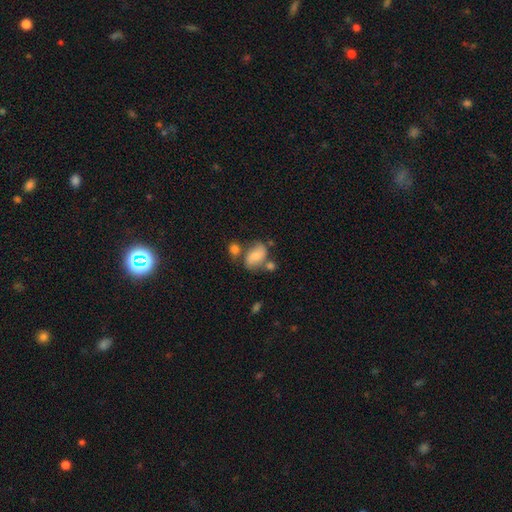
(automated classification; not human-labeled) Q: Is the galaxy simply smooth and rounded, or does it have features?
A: smooth — 63%.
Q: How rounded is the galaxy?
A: in between — 84%.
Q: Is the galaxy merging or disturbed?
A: none — 45%.